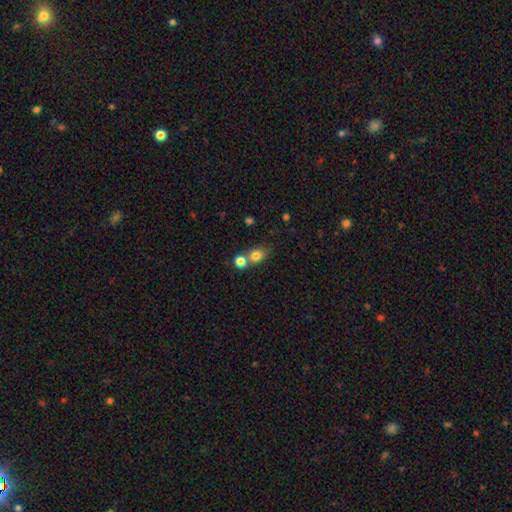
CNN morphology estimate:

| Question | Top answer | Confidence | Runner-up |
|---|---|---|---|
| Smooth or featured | smooth | 79% | star or artifact (11%) |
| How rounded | round | 58% | in between (41%) |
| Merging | none | 45% | merger (44%) |